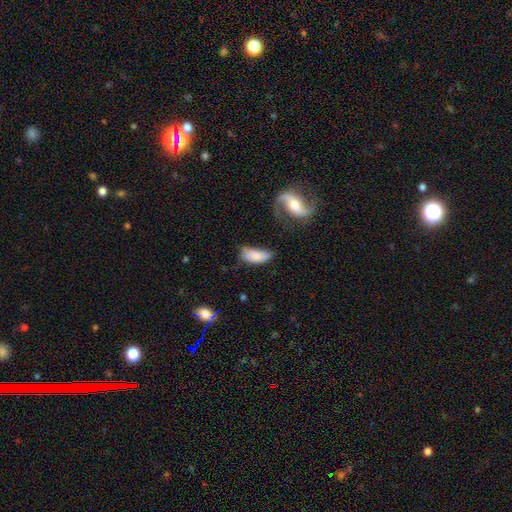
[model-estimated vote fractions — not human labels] Q: Smooth or featured?
A: smooth (79%); runner-up: featured or disk (14%)
Q: How rounded?
A: in between (86%); runner-up: cigar-shaped (11%)
Q: Merging?
A: none (51%); runner-up: minor disturbance (30%)